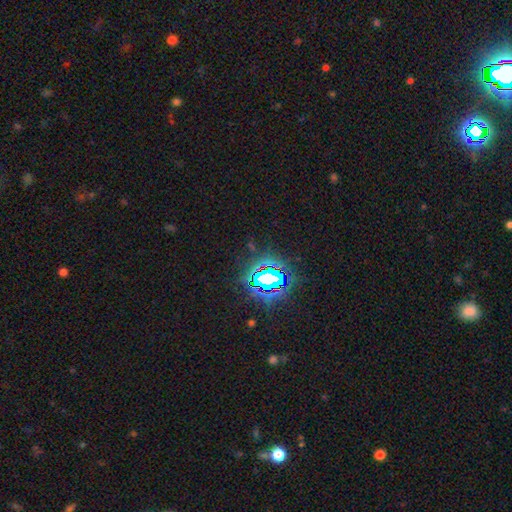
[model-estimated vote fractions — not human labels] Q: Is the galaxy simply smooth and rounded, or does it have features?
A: star or artifact — 81%.